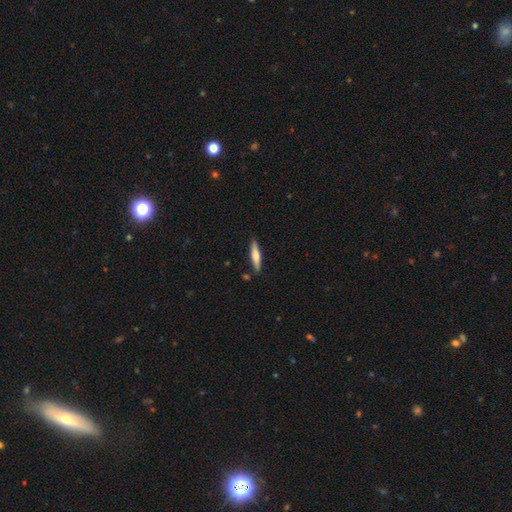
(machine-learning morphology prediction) Smooth or featured: smooth — 64% (featured or disk — 30%)
How rounded: cigar-shaped — 84% (in between — 14%)
Merging: none — 86% (minor disturbance — 10%)